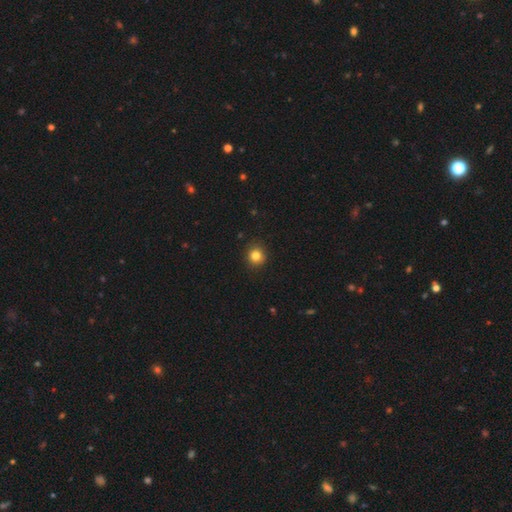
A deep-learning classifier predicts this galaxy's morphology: Q: Smooth or featured?
A: smooth (83%); runner-up: star or artifact (12%)
Q: How rounded?
A: round (90%); runner-up: in between (9%)
Q: Merging?
A: none (91%); runner-up: minor disturbance (6%)